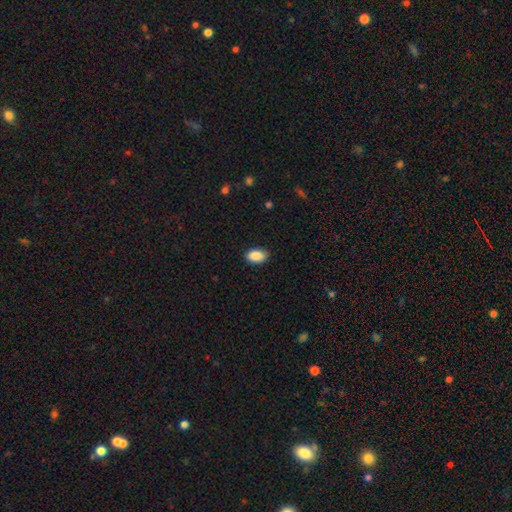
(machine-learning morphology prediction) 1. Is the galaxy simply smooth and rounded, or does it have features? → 90% smooth, 7% star or artifact, 3% featured or disk.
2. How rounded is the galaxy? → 90% in between, 9% round, 1% cigar-shaped.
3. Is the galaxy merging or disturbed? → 85% none, 11% minor disturbance, 2% major disturbance, 1% merger.